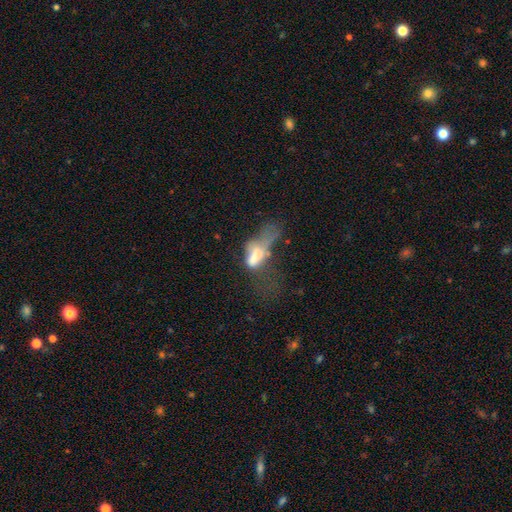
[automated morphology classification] This is possibly a smooth galaxy (52%). How rounded: likely in between (77%). Merging: likely major disturbance (61%).